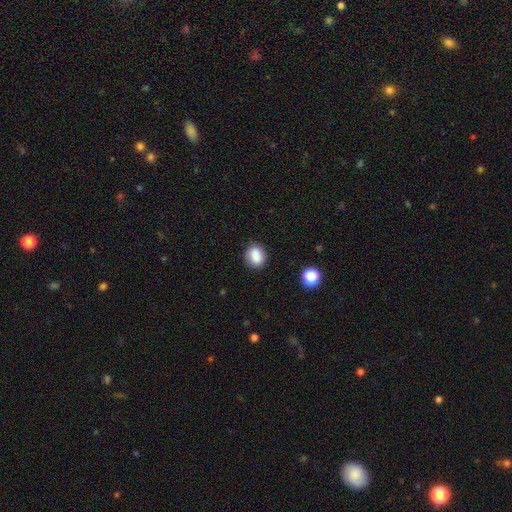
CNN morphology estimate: type=smooth (86%); roundness=round (52%); merging=none (83%).